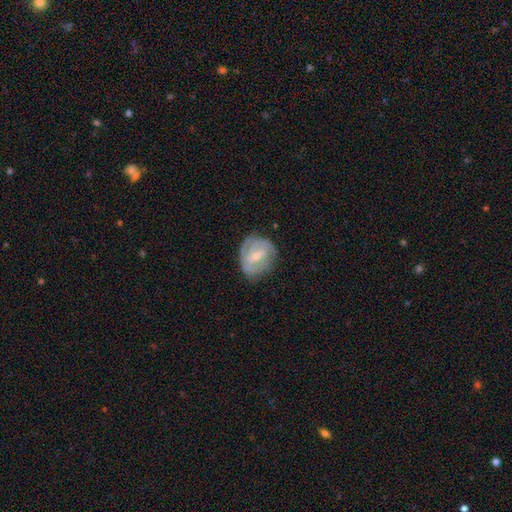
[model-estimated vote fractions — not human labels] smooth-or-featured: featured or disk: 75% | smooth: 19% | star or artifact: 6%
  disk-edge-on: no: 97% | yes: 3%
    bar: weak: 52% | no: 29% | strong: 18%
    has-spiral-arms: yes: 88% | no: 12%
      spiral-winding: tight: 57% | medium: 33% | loose: 10%
      spiral-arm-count: 2: 32% (tied) | can't tell: 32% (tied) | 3: 23% | 4: 6% | 1: 4% | more than 4: 3%
    bulge-size: small: 59% | moderate: 36% | none: 3% | large: 1% | dominant: 1%
  merging: none: 69% | minor disturbance: 22% | major disturbance: 8% | merger: 1%